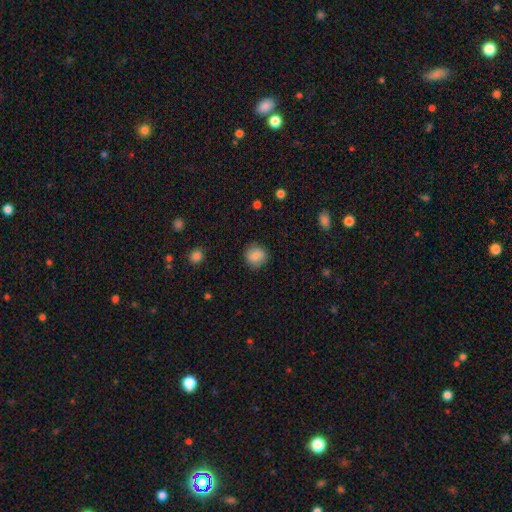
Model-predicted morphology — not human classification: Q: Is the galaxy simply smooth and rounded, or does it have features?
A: smooth — 86%.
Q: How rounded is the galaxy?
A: round — 88%.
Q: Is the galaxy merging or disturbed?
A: none — 88%.